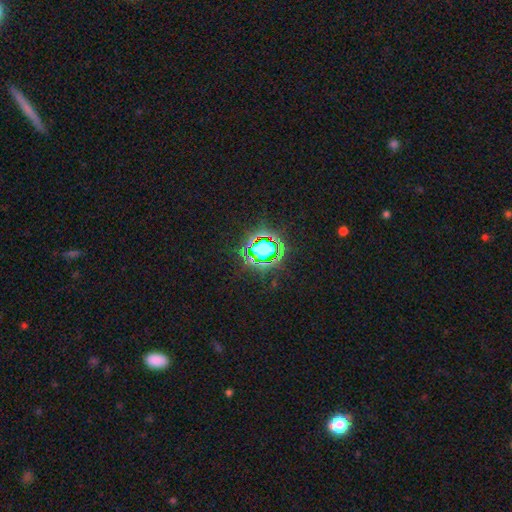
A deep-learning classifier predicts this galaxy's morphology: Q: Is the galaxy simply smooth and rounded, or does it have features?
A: star or artifact — 73%.